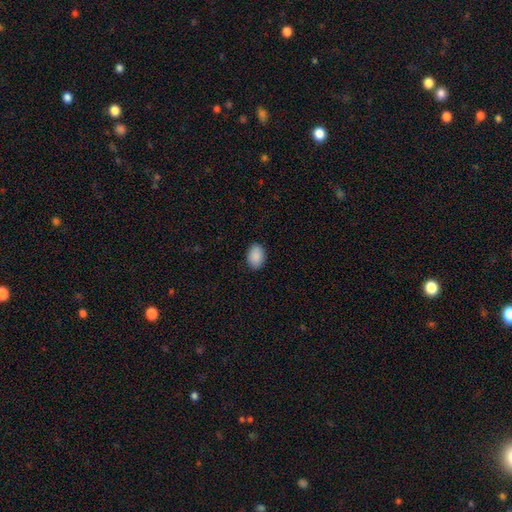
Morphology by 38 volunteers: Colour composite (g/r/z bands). It shows a smooth galaxy with no disk features (95%) that is in between round and cigar-shaped (89%). Merging: none (89%).